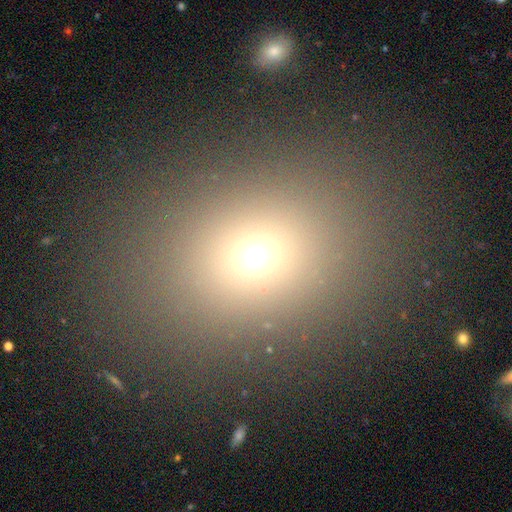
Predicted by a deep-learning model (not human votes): smooth_or_featured: smooth (p=0.69) [alt: star or artifact p=0.21]
how_rounded: in between (p=0.50) [alt: round p=0.48]
merging: none (p=0.84) [alt: minor disturbance p=0.09]